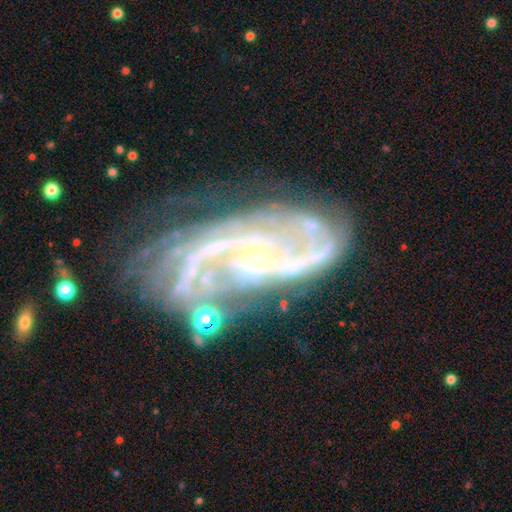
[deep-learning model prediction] A featured or disk galaxy (88%) with no bar (62%), 2 (49%) medium (47%) spiral arms (96%) and a small central bulge (82%). Merging: none (53%).